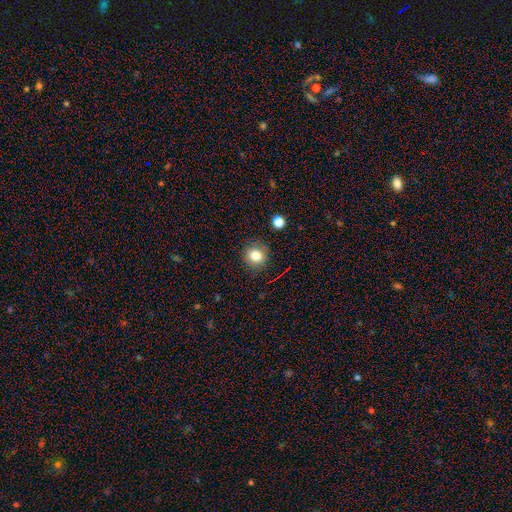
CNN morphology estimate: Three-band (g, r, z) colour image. It shows a smooth galaxy with no disk features (81%) that is round (86%). Merging: none (85%).